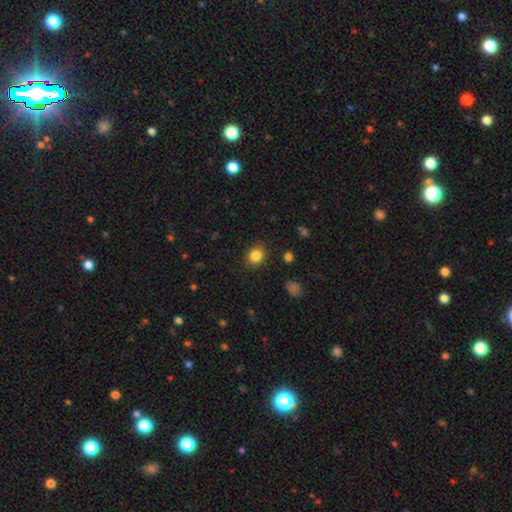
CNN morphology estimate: Smooth or featured?
  - smooth: 84% *
  - star or artifact: 10%
  - featured or disk: 5%
How rounded?
  - round: 57% *
  - in between: 42%
  - cigar-shaped: 1%
Merging?
  - none: 85% *
  - minor disturbance: 10%
  - major disturbance: 3%
  - merger: 1%